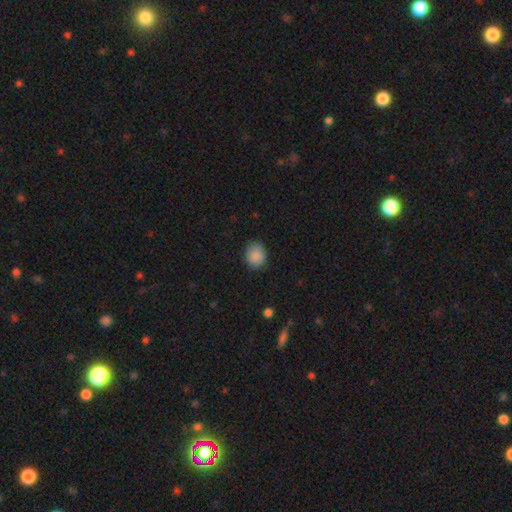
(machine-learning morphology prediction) Smooth or featured?
  - smooth: 89% *
  - star or artifact: 8%
  - featured or disk: 3%
How rounded?
  - round: 61% *
  - in between: 39%
  - cigar-shaped: 1%
Merging?
  - none: 85% *
  - minor disturbance: 11%
  - major disturbance: 3%
  - merger: 1%